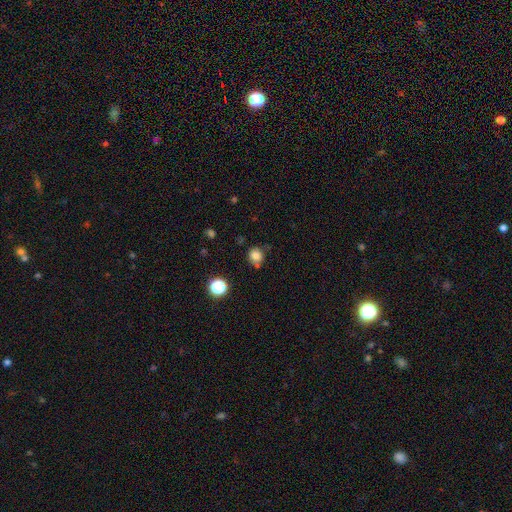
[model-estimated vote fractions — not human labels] smooth 80%, star or artifact 14%, featured or disk 6%. Down the decision tree: how rounded — round (85%); merging — none (70%).